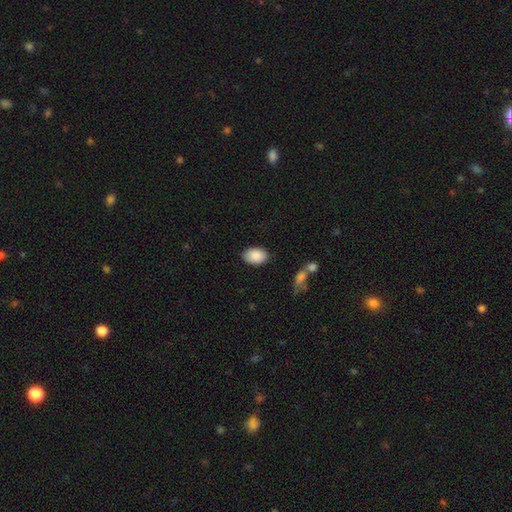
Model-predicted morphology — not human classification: This appears to be a smooth galaxy with no disk features (89%) that is in between round and cigar-shaped (89%). Merging: none (84%).